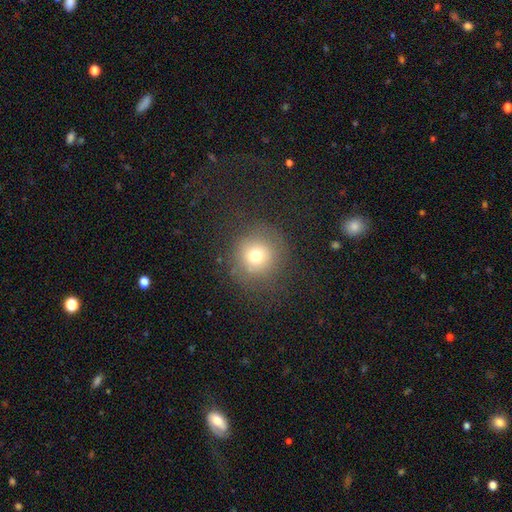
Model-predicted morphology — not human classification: Smooth or featured? smooth (71%)
How rounded? round (93%)
Merging? none (78%)